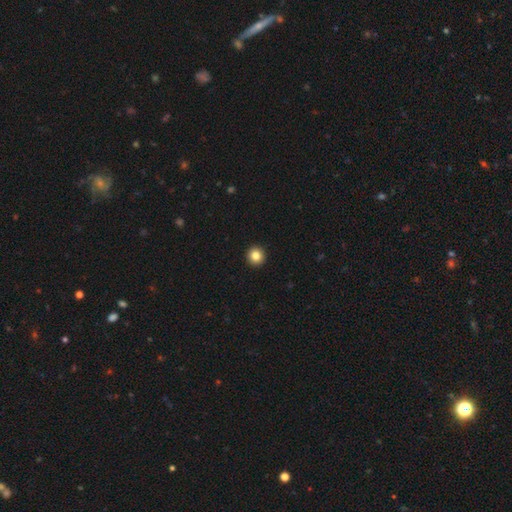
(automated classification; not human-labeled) Smooth or featured? Predicted: smooth (p=0.84). How rounded? Predicted: round (p=0.95). Merging? Predicted: none (p=0.94).